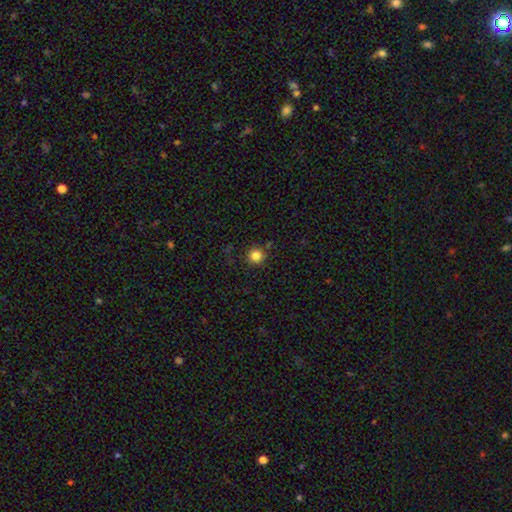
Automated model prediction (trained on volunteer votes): Smooth or featured: smooth — 84% (star or artifact — 12%)
How rounded: round — 94% (in between — 5%)
Merging: none — 85% (minor disturbance — 9%)